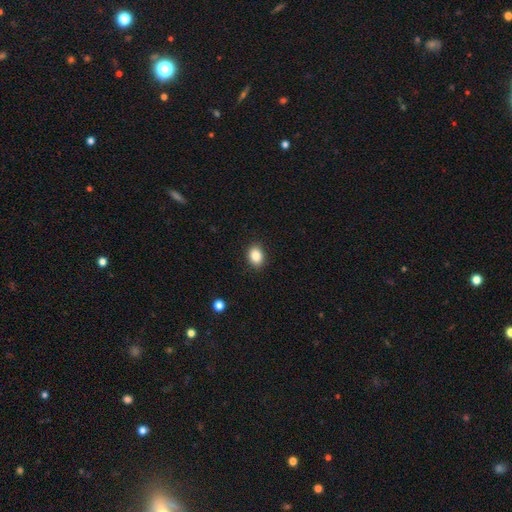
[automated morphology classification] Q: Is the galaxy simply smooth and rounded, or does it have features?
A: smooth — 86%.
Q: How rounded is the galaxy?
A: in between — 67%.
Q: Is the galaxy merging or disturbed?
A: none — 89%.